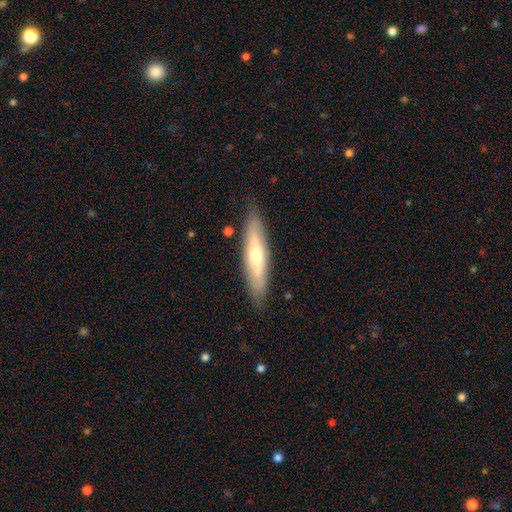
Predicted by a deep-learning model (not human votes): Morphology: type=featured or disk (48%); merging=none (85%).